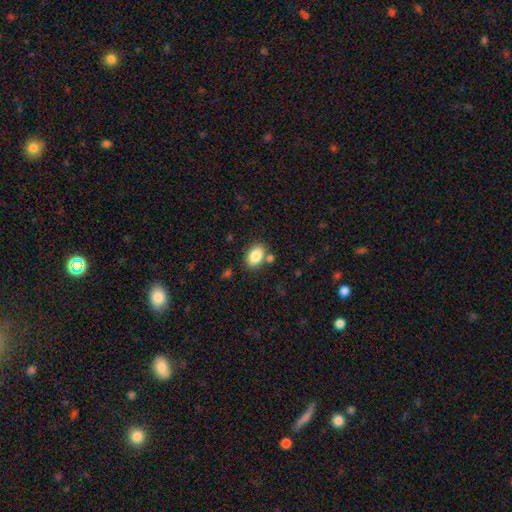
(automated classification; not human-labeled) smooth-or-featured: smooth: 86% | star or artifact: 8% | featured or disk: 6%
  how-rounded: in between: 83% | round: 16% | cigar-shaped: 1%
  merging: none: 77% | minor disturbance: 11% | merger: 9% | major disturbance: 3%